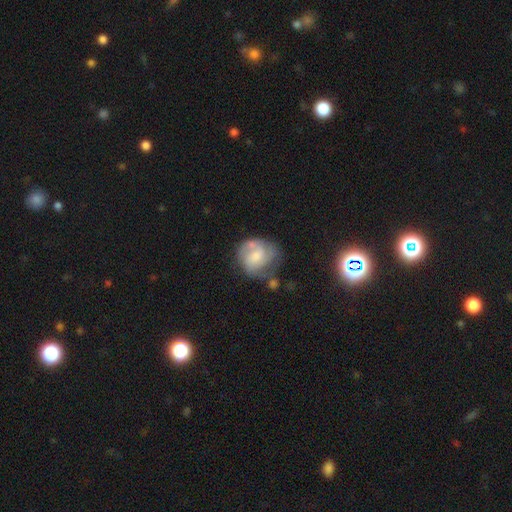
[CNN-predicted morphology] featured or disk 54%, smooth 39%, star or artifact 7%. Down the decision tree: edge-on disk — no (98%); bar — no (60%); spiral arms — yes (75%); bulge size — moderate (39%); merging — none (44%).